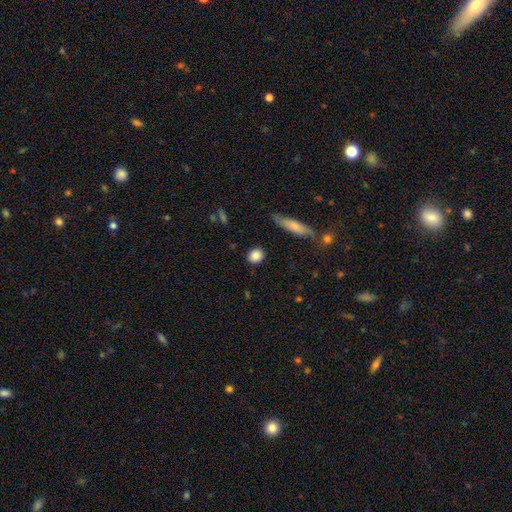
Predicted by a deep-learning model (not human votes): This appears to be a smooth galaxy with no disk features (85%) that is round (75%). Merging: none (87%).